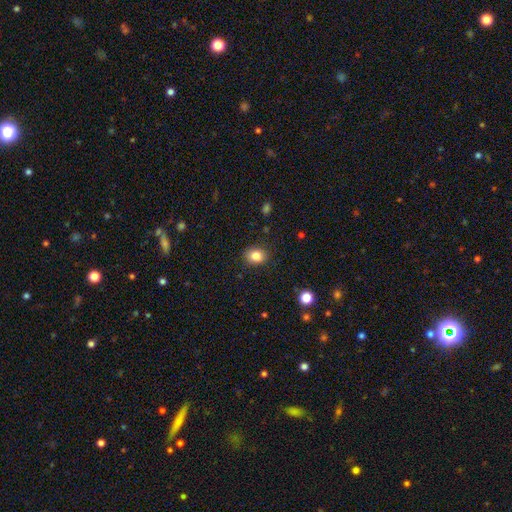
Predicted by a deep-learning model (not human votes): Q: Smooth or featured?
A: smooth (84%); runner-up: star or artifact (10%)
Q: How rounded?
A: in between (50%); tied with: round (50%)
Q: Merging?
A: none (87%); runner-up: minor disturbance (10%)